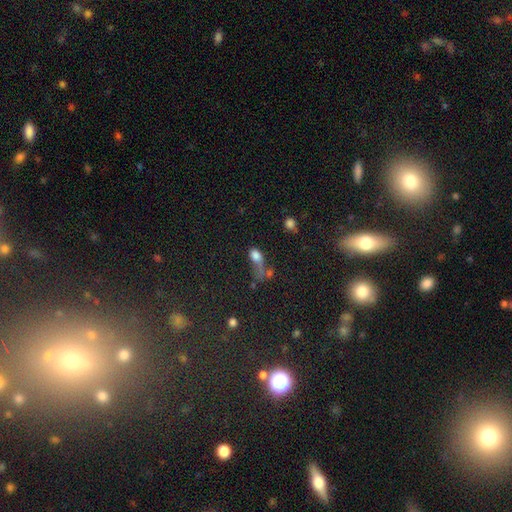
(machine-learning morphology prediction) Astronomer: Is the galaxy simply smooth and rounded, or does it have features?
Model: smooth — 70%.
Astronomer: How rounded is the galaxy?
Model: in between — 68%.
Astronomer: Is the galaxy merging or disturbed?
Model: major disturbance — 37% (runner-up: merger, 25%).